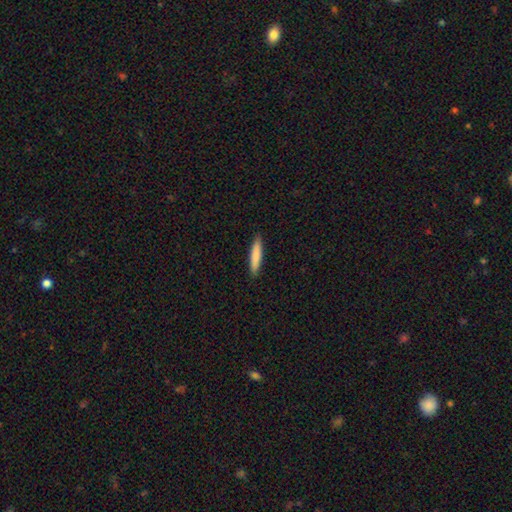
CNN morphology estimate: Smooth or featured? smooth (83%)
How rounded? cigar-shaped (88%)
Merging? none (90%)